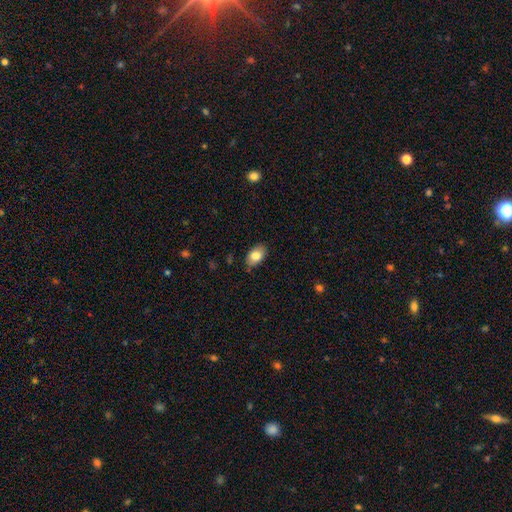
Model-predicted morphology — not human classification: smooth 83%, featured or disk 10%, star or artifact 8%. Down the decision tree: how rounded — in between (87%); merging — none (81%).